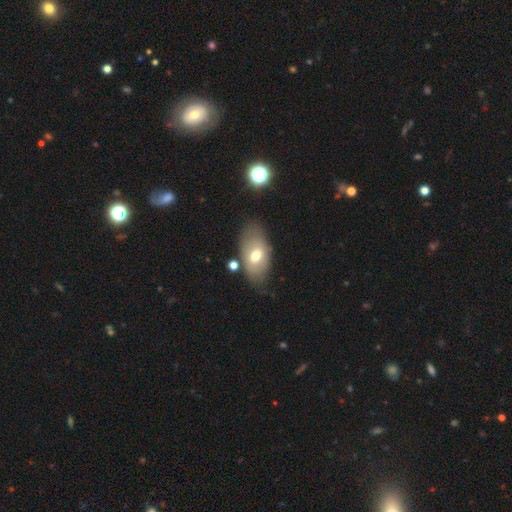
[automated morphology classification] Q: Smooth or featured?
A: smooth (63%); runner-up: featured or disk (29%)
Q: How rounded?
A: in between (92%); runner-up: round (6%)
Q: Merging?
A: none (68%); runner-up: minor disturbance (19%)